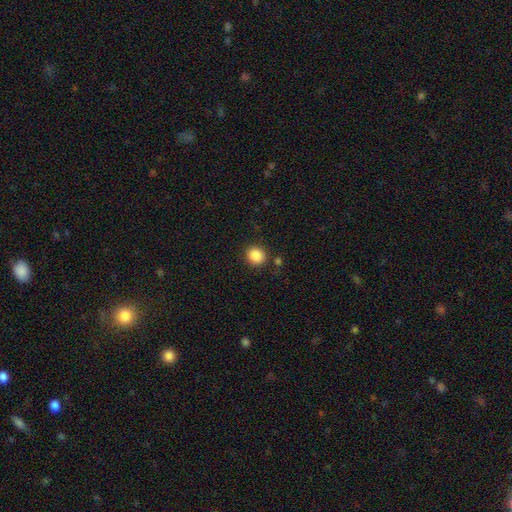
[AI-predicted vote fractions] Smooth or featured?
  - smooth: 87% *
  - star or artifact: 10%
  - featured or disk: 4%
How rounded?
  - round: 83% *
  - in between: 16%
  - cigar-shaped: 1%
Merging?
  - none: 85% *
  - minor disturbance: 8%
  - merger: 3%
  - major disturbance: 3%